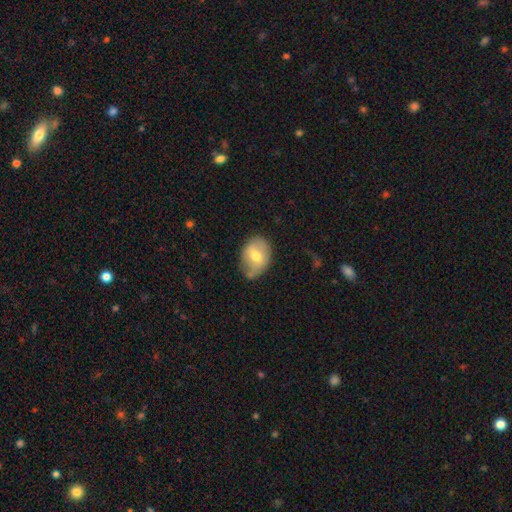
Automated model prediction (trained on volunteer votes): This appears to be a smooth galaxy with no disk features (63%) that is in between round and cigar-shaped (70%). Merging: none (60%).